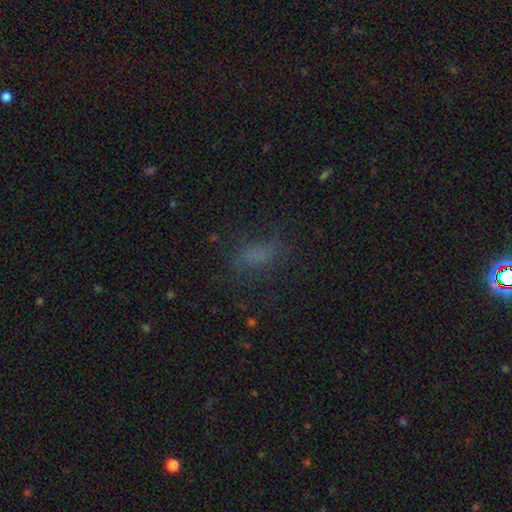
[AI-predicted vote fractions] smooth_or_featured: smooth (p=0.64) [alt: star or artifact p=0.21]
how_rounded: in between (p=0.76) [alt: cigar-shaped p=0.14]
merging: none (p=0.64) [alt: minor disturbance p=0.19]